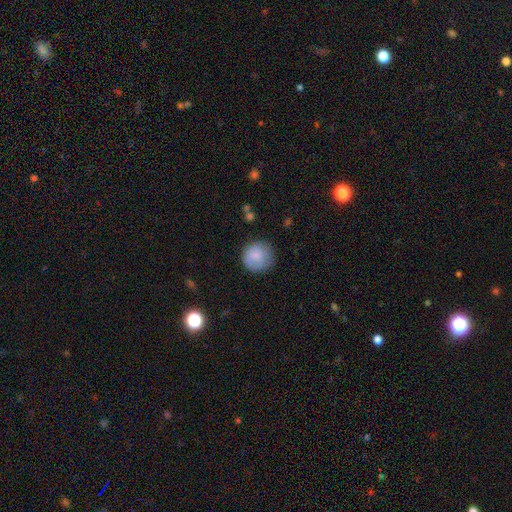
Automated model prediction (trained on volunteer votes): Smooth or featured? Predicted: smooth (p=0.83). How rounded? Predicted: round (p=0.93). Merging? Predicted: none (p=0.78).